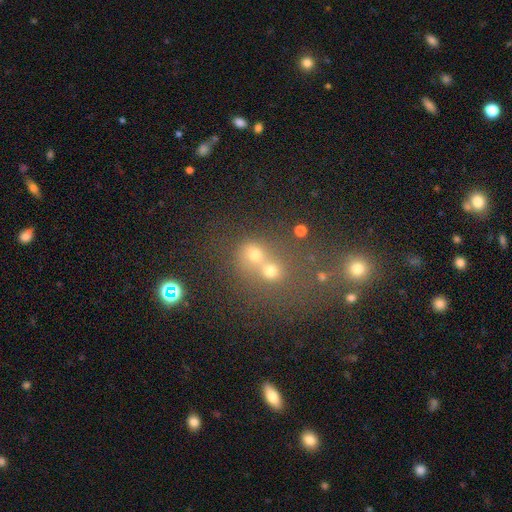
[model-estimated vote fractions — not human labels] Smooth or featured? Predicted: smooth (p=0.58). How rounded? Predicted: round (p=0.73). Merging? Predicted: merger (p=0.51).